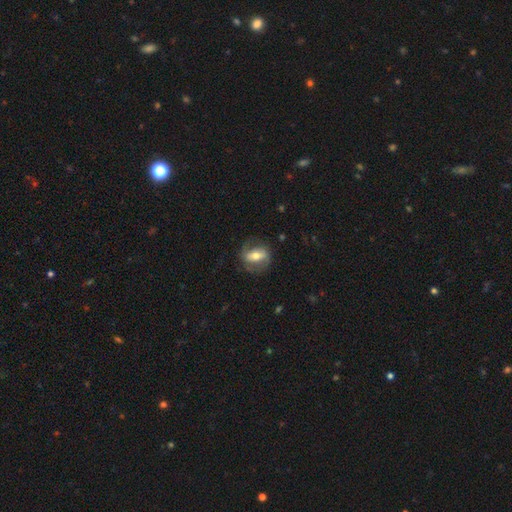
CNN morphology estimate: Smooth or featured?
  - featured or disk: 62% *
  - smooth: 32%
  - star or artifact: 6%
Edge-on disk?
  - no: 90% *
  - yes: 10%
Bar?
  - strong: 51% *
  - weak: 28%
  - no: 21%
Spiral arms?
  - yes: 71% *
  - no: 29%
Bulge size?
  - moderate: 65% *
  - small: 23%
  - large: 9%
  - dominant: 1%
  - none: 1%
Merging?
  - none: 72% *
  - minor disturbance: 16%
  - major disturbance: 10%
  - merger: 1%